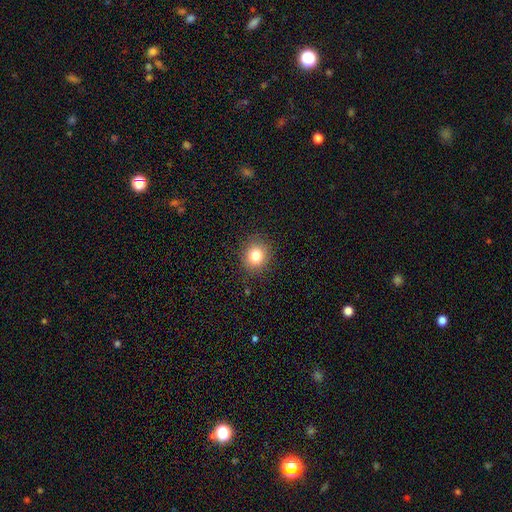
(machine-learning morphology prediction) Overall: smooth (81%). How rounded: round (77%). Merging: none (88%).